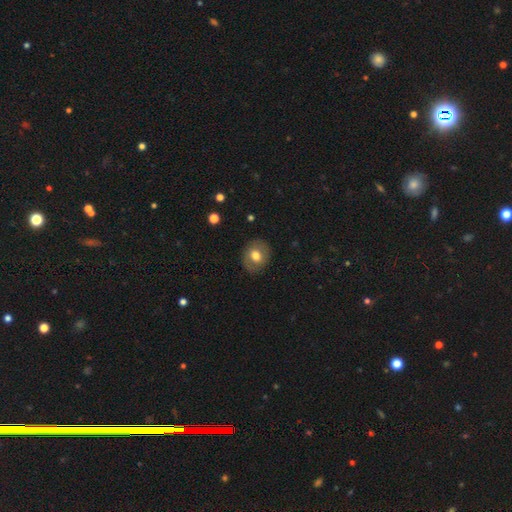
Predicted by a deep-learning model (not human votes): Smooth or featured? smooth (67%)
How rounded? round (67%)
Merging? none (85%)